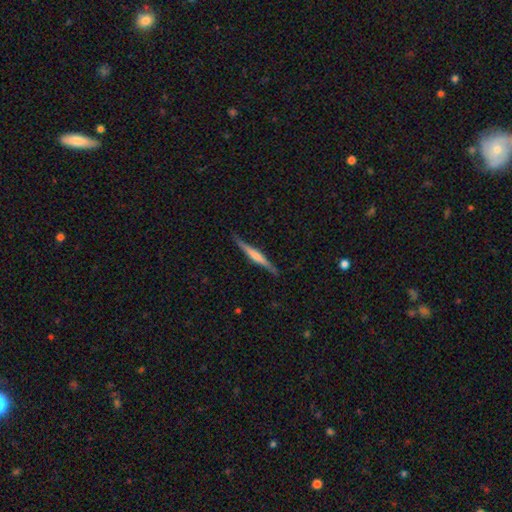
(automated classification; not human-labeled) The model was most divided on "edge-on bulge": rounded: 41%, none: 30%, boxy: 28%. More confident: edge-on disk — yes (97%); merging — none (86%); smooth or featured — featured or disk (62%).